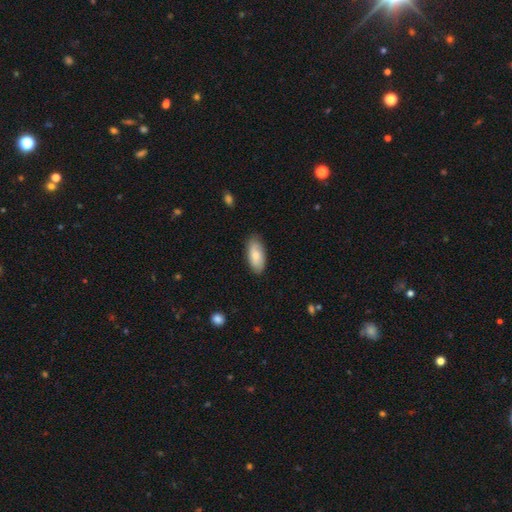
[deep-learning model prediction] A smooth galaxy with no disk features (79%) that is in between round and cigar-shaped (89%).

Vote fractions:
- Smooth or featured? smooth: 79% / featured or disk: 15% / star or artifact: 6%
- How rounded? in between: 89% / cigar-shaped: 9% / round: 2%
- Merging? none: 83% / minor disturbance: 14% / major disturbance: 2% / merger: 1%